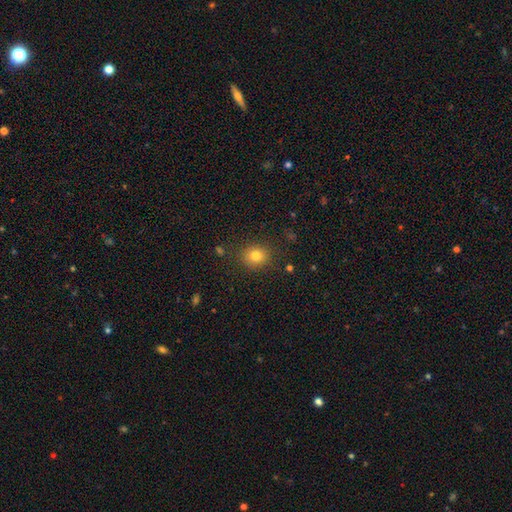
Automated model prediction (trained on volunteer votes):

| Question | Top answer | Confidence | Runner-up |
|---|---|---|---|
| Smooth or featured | smooth | 81% | star or artifact (12%) |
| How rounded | round | 74% | in between (25%) |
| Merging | none | 86% | minor disturbance (9%) |